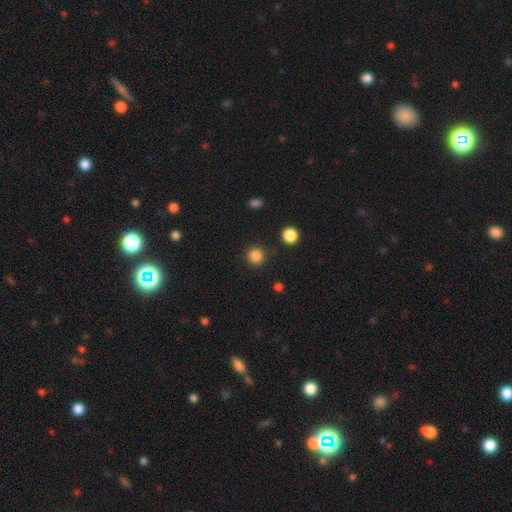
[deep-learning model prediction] Overall: smooth (85%). How rounded: round (94%). Merging: none (89%).